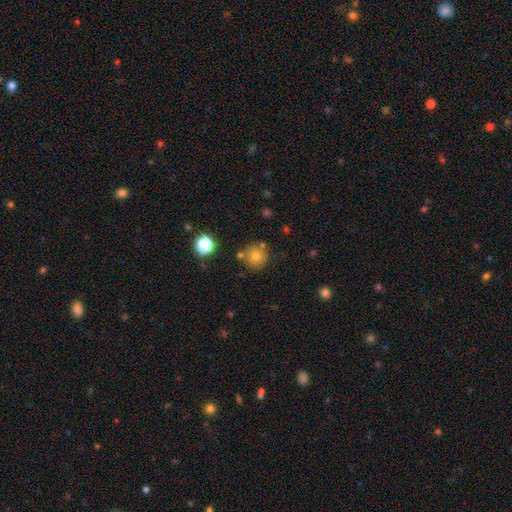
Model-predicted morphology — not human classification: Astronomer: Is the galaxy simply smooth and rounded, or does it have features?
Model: smooth — 73%.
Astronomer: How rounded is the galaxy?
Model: round — 93%.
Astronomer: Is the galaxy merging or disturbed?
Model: none — 75%.